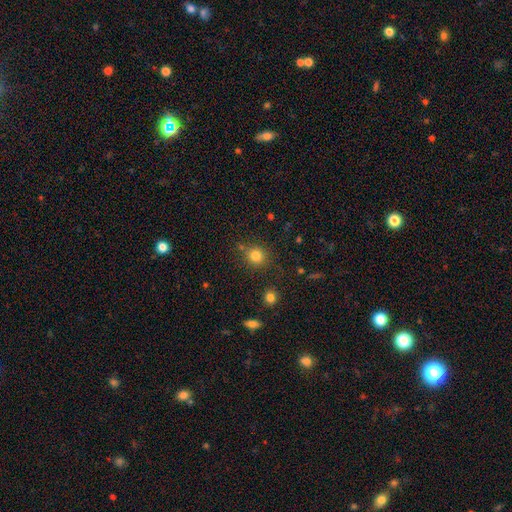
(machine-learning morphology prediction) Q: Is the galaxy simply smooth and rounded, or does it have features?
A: smooth — 82%.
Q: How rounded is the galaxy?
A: round — 87%.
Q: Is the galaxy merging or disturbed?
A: none — 79%.